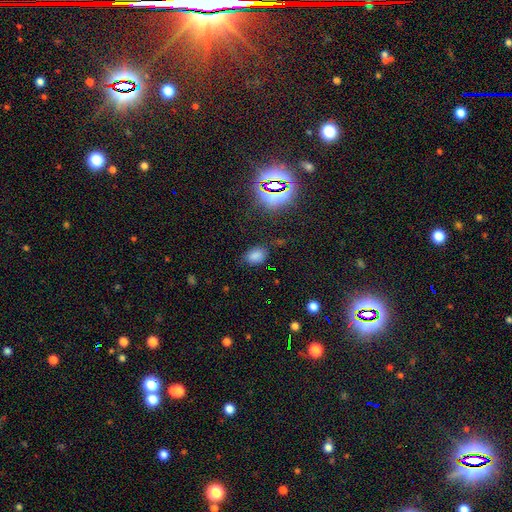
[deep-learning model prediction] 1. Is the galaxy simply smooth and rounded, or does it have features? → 73% smooth, 21% star or artifact, 6% featured or disk.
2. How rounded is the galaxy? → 81% in between, 17% round, 2% cigar-shaped.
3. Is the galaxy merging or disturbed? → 76% none, 17% minor disturbance, 5% major disturbance, 2% merger.